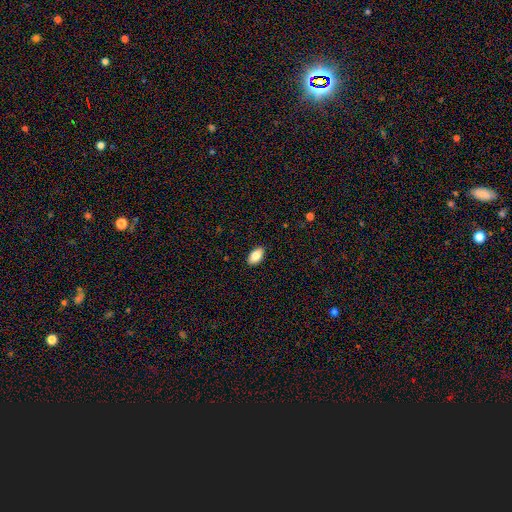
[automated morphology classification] smooth-or-featured: smooth: 84% | featured or disk: 9% | star or artifact: 7%
  how-rounded: in between: 93% | round: 4% | cigar-shaped: 2%
  merging: none: 89% | minor disturbance: 9% | major disturbance: 2% | merger: 1%